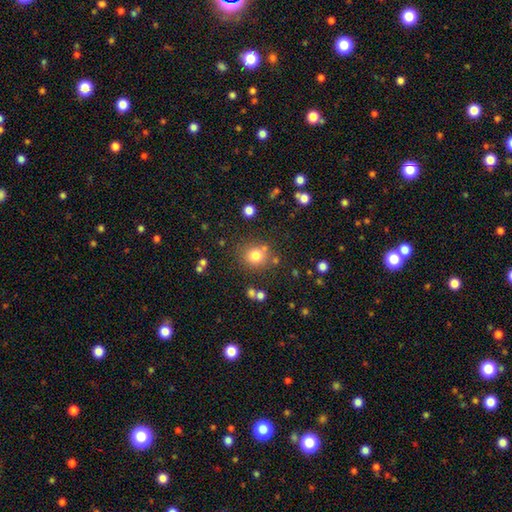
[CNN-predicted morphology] Smooth or featured? smooth (78%)
How rounded? round (87%)
Merging? none (77%)